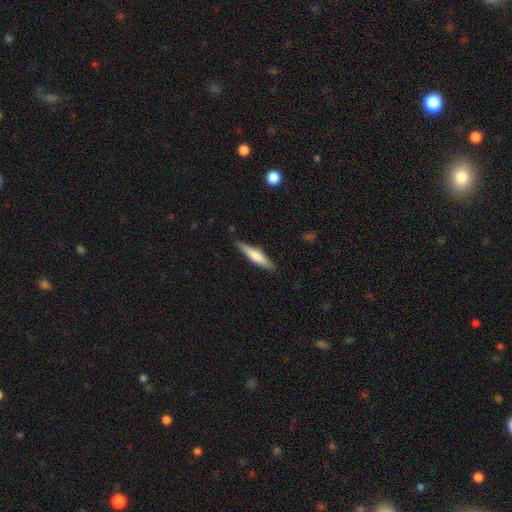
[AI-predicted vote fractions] The model was most divided on "smooth or featured": smooth: 54%, featured or disk: 41%, star or artifact: 5%. More confident: merging — none (89%); how rounded — cigar-shaped (87%).